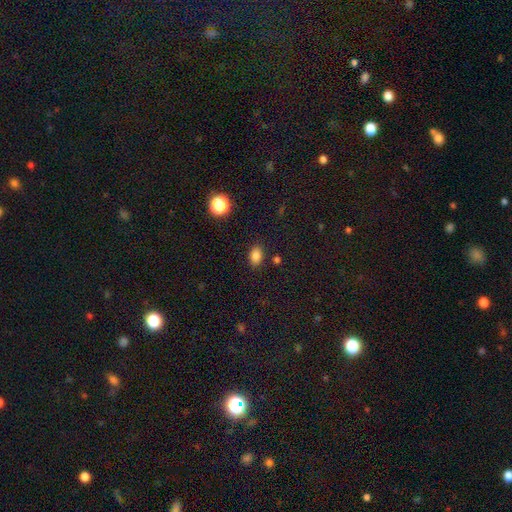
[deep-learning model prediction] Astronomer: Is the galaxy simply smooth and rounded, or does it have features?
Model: smooth — 84%.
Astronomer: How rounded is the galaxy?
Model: in between — 83%.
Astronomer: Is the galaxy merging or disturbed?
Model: none — 85%.